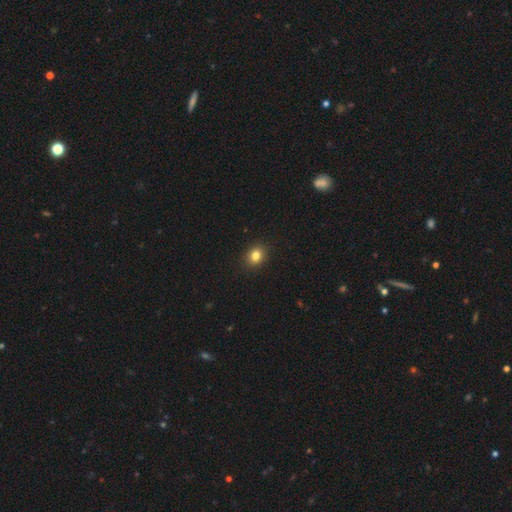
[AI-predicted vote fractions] Smooth or featured? Predicted: smooth (p=0.83). How rounded? Predicted: round (p=0.61). Merging? Predicted: none (p=0.91).